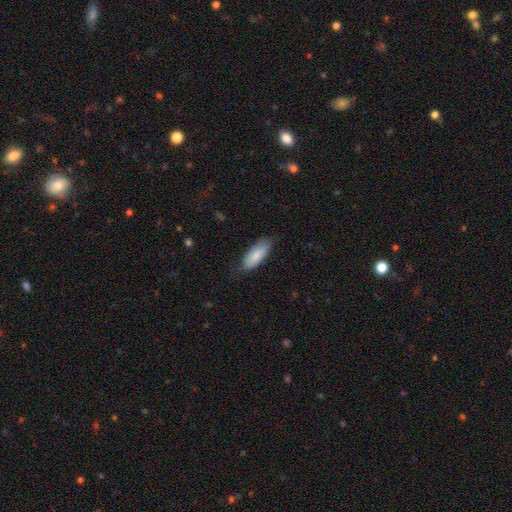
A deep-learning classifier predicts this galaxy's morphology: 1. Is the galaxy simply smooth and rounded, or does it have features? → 83% smooth, 11% featured or disk, 6% star or artifact.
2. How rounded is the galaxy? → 74% in between, 24% cigar-shaped, 2% round.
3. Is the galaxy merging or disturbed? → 76% none, 19% minor disturbance, 3% major disturbance, 1% merger.